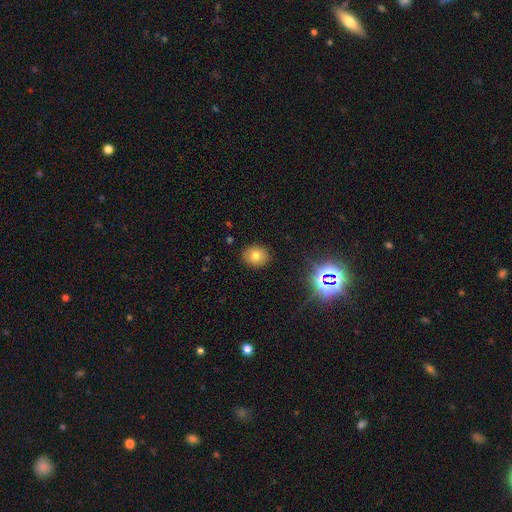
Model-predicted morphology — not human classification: smooth 73%, star or artifact 16%, featured or disk 11%. Down the decision tree: how rounded — round (66%); merging — none (89%).